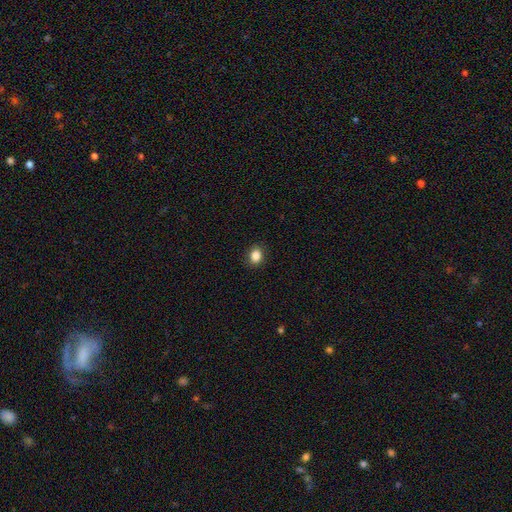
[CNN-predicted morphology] Overall: smooth (85%). How rounded: in between (50%; round 49%). Merging: none (89%).